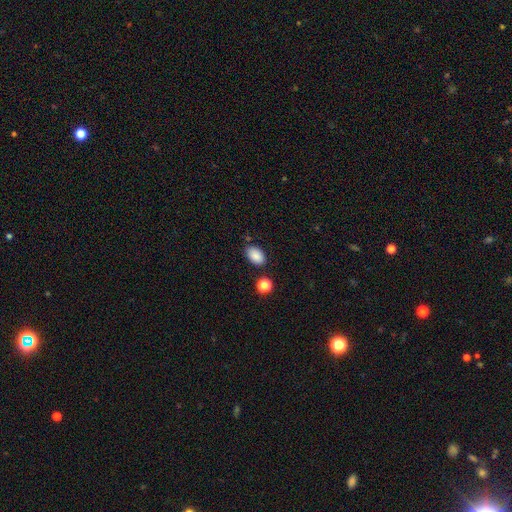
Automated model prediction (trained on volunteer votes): A smooth galaxy with no disk features (87%) that is in between round and cigar-shaped (90%).

Vote fractions:
- Smooth or featured? smooth: 87% / star or artifact: 9% / featured or disk: 4%
- How rounded? in between: 90% / round: 9% / cigar-shaped: 1%
- Merging? none: 80% / minor disturbance: 13% / merger: 4% / major disturbance: 3%